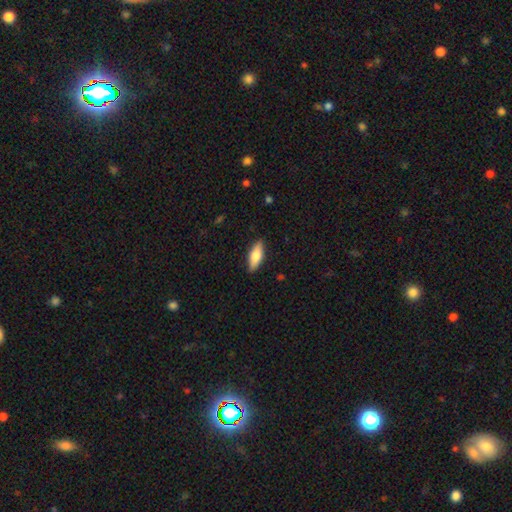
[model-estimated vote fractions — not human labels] This is likely a smooth galaxy (63%). How rounded: likely in between (67%). Merging: clearly none (88%).